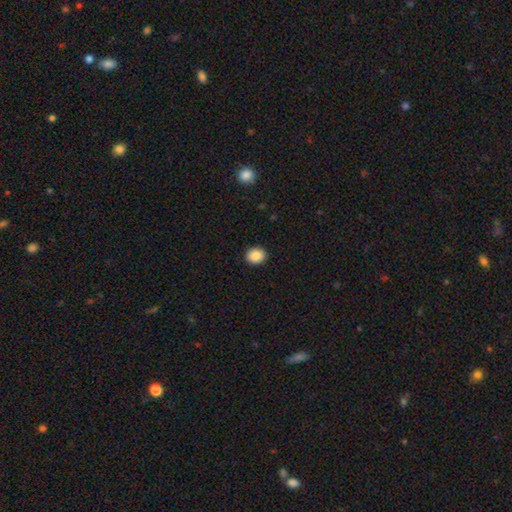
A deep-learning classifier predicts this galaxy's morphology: smooth-or-featured: smooth: 88% | star or artifact: 9% | featured or disk: 3%
  how-rounded: round: 64% | in between: 35% | cigar-shaped: 1%
  merging: none: 92% | minor disturbance: 6% | major disturbance: 2% | merger: 1%